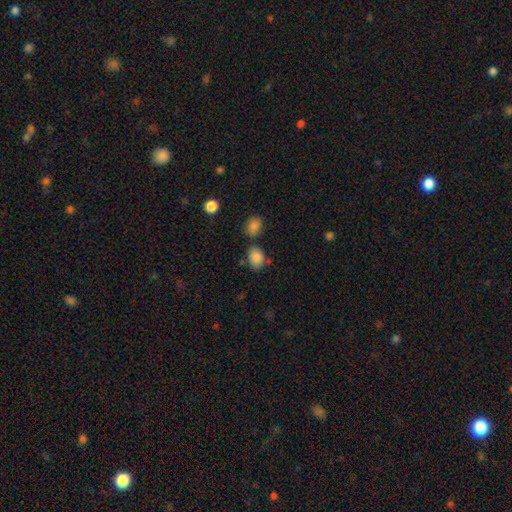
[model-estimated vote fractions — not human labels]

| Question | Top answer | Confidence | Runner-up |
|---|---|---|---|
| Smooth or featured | smooth | 85% | star or artifact (9%) |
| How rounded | in between | 65% | round (34%) |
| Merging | none | 69% | minor disturbance (15%) |